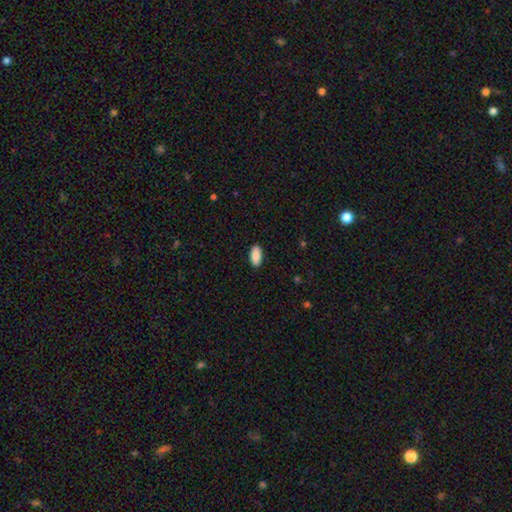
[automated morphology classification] Overall: smooth (89%). How rounded: in between (93%). Merging: none (89%).